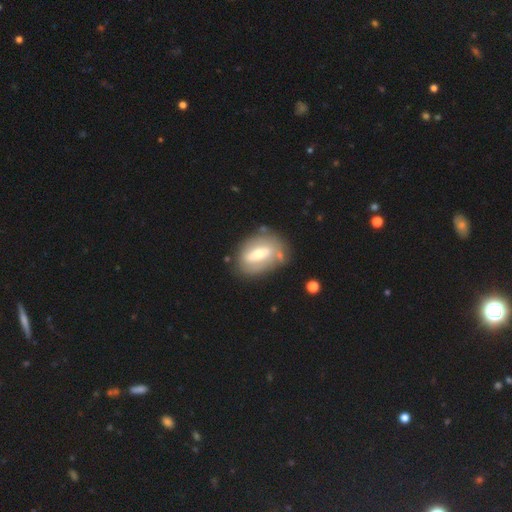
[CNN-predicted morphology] This is likely a featured or disk galaxy (61%). It is clearly not viewed edge-on (93%). Bar: marginally weak (41%). Spiral arm pattern: possibly yes (55%). Central bulge: possibly moderate (58%). Merging: likely none (65%).